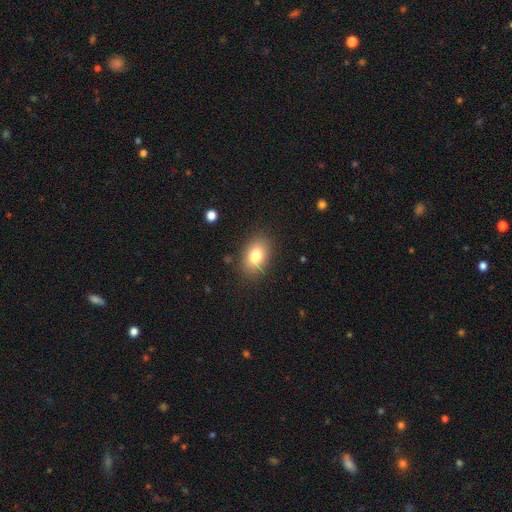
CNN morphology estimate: The model was most divided on "how rounded": in between: 82%, round: 17%, cigar-shaped: 1%. More confident: merging — none (86%); smooth or featured — smooth (81%).